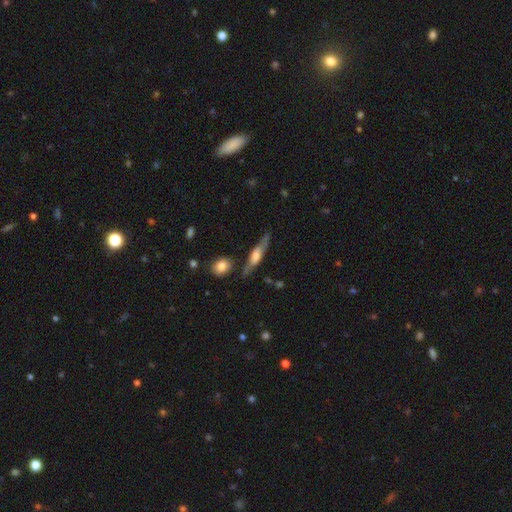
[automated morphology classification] Smooth or featured: featured or disk — 57% (smooth — 36%)
Edge-on disk: yes — 80% (no — 20%)
Merging: none — 71% (minor disturbance — 17%)